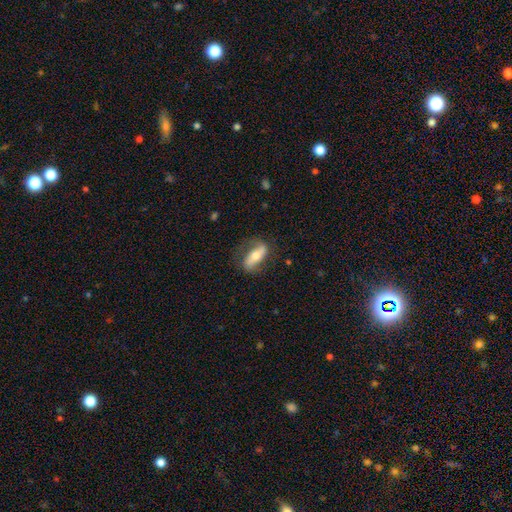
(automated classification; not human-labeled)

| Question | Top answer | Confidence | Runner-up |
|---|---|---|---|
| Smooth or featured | featured or disk | 53% | smooth (41%) |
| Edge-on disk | no | 77% | yes (23%) |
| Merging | none | 70% | minor disturbance (19%) |